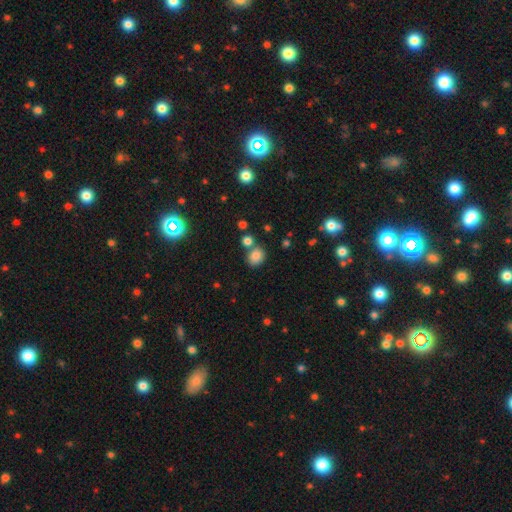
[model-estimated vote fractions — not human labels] The model was most divided on "how rounded": round: 66%, in between: 33%, cigar-shaped: 1%. More confident: smooth or featured — smooth (81%); merging — none (66%).